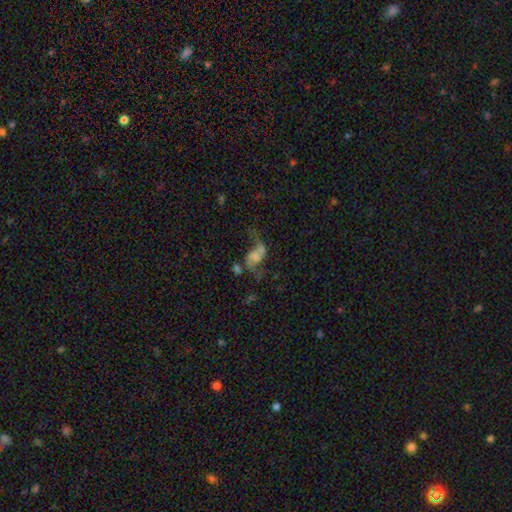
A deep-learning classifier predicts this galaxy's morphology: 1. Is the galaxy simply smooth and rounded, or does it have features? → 71% featured or disk, 18% smooth, 11% star or artifact.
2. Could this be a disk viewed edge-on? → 97% no, 3% yes.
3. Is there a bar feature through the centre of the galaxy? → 60% no, 31% weak, 9% strong.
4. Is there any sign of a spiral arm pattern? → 86% yes, 14% no.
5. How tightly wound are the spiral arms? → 83% loose, 14% medium, 3% tight.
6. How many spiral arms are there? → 89% 2, 5% 1, 3% can't tell, 1% 3, 1% 4, 1% more than 4.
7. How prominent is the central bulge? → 35% none, 30% small, 23% moderate, 9% large, 3% dominant.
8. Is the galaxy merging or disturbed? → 37% none, 26% major disturbance, 20% merger, 17% minor disturbance.